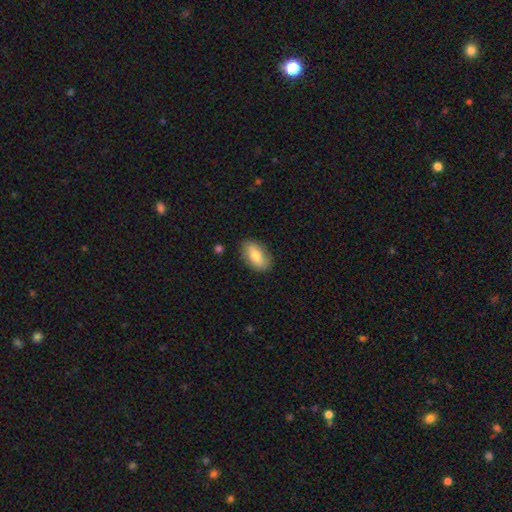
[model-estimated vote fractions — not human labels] Smooth or featured: smooth — 75% (featured or disk — 18%)
How rounded: in between — 90% (round — 6%)
Merging: none — 85% (minor disturbance — 11%)